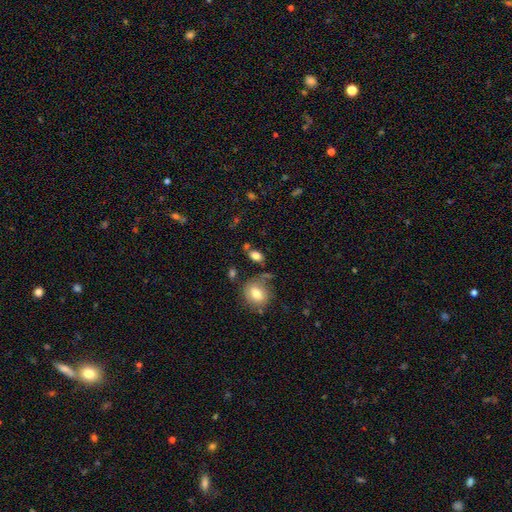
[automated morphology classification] Smooth or featured? Predicted: smooth (p=0.79). How rounded? Predicted: in between (p=0.83). Merging? Predicted: none (p=0.64).